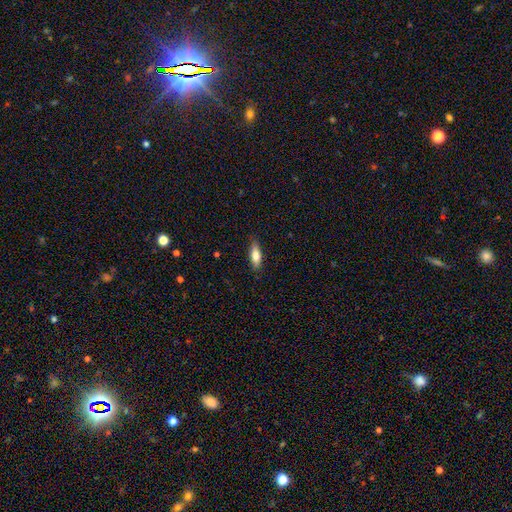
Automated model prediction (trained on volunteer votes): smooth-or-featured: smooth: 77% | featured or disk: 17% | star or artifact: 6%
  how-rounded: in between: 59% | cigar-shaped: 39% | round: 2%
  merging: none: 85% | minor disturbance: 12% | major disturbance: 2% | merger: 1%